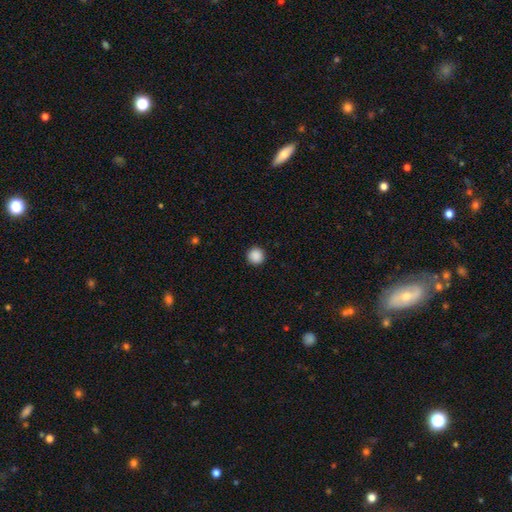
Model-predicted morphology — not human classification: The model was most divided on "smooth or featured": smooth: 89%, star or artifact: 9%, featured or disk: 2%. More confident: how rounded — round (96%); merging — none (93%).